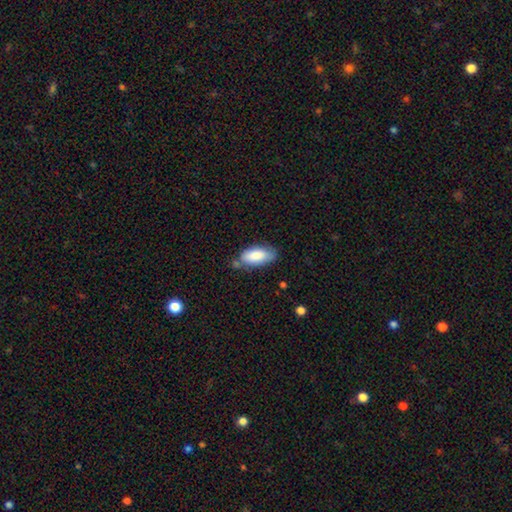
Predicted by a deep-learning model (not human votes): Smooth or featured?
  - smooth: 84% *
  - featured or disk: 10%
  - star or artifact: 6%
How rounded?
  - in between: 87% *
  - cigar-shaped: 11%
  - round: 2%
Merging?
  - none: 62% *
  - minor disturbance: 25%
  - merger: 7%
  - major disturbance: 5%